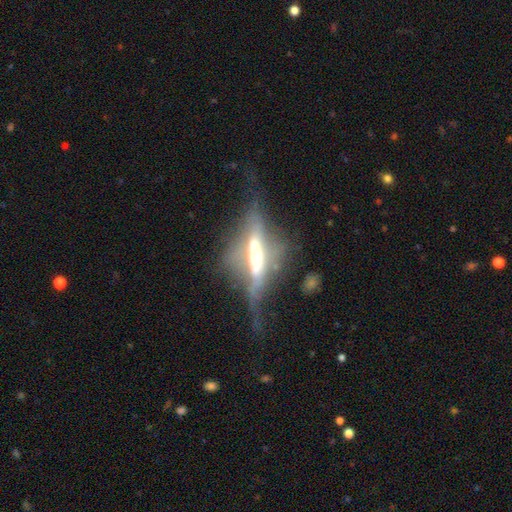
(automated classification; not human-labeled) Smooth or featured?
  - featured or disk: 71% *
  - smooth: 21%
  - star or artifact: 8%
Edge-on disk?
  - yes: 71% *
  - no: 29%
Edge-on bulge?
  - rounded: 51% *
  - boxy: 36%
  - none: 13%
Merging?
  - major disturbance: 40% *
  - none: 30%
  - minor disturbance: 23%
  - merger: 7%